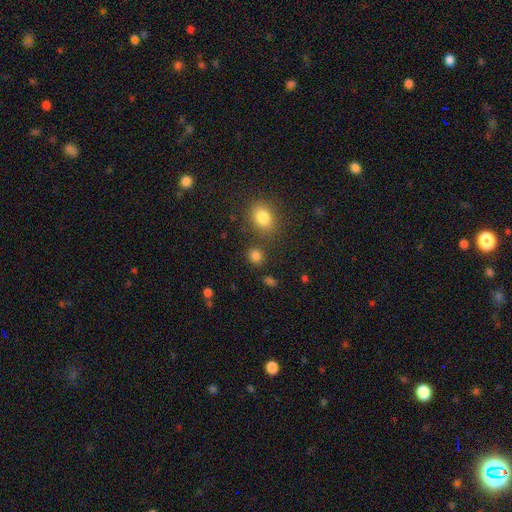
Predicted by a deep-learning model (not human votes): Overall: smooth (82%). How rounded: round (77%). Merging: none (79%).